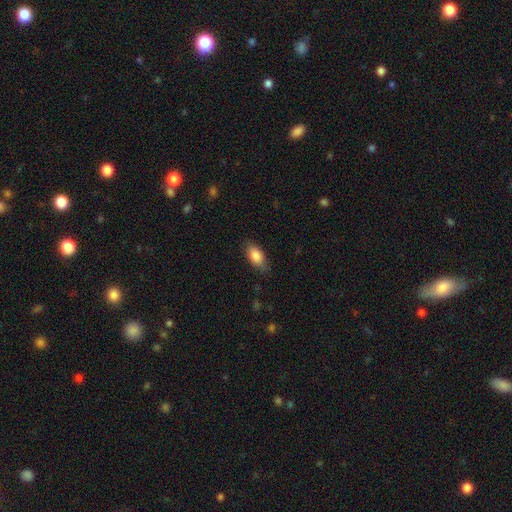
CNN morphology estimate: This is clearly a smooth galaxy (85%). How rounded: clearly in between (90%). Merging: likely none (80%).